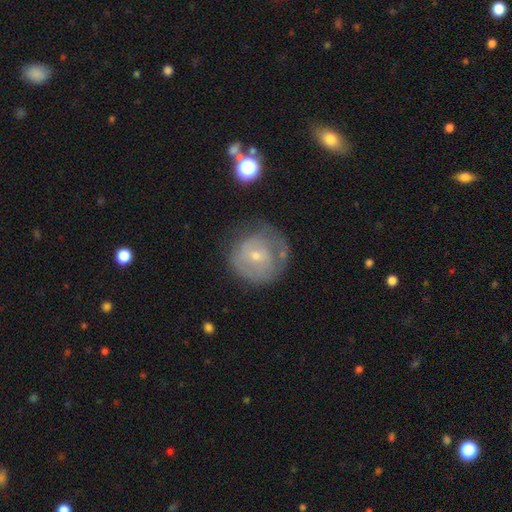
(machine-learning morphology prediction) This appears to be a featured or disk galaxy (50%). Merging: none (54%).